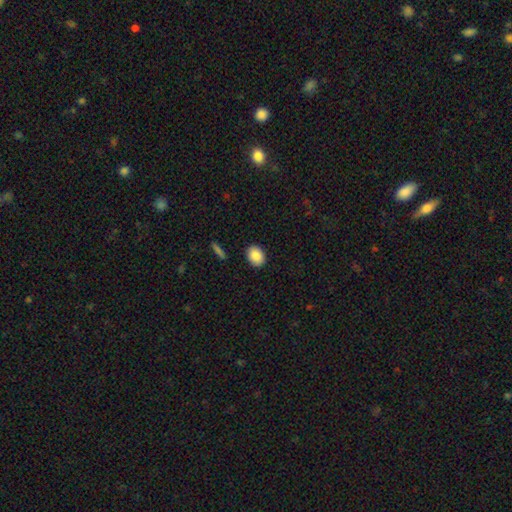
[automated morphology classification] smooth_or_featured: smooth (p=0.87) [alt: star or artifact p=0.07]
how_rounded: in between (p=0.62) [alt: round p=0.36]
merging: none (p=0.90) [alt: minor disturbance p=0.07]